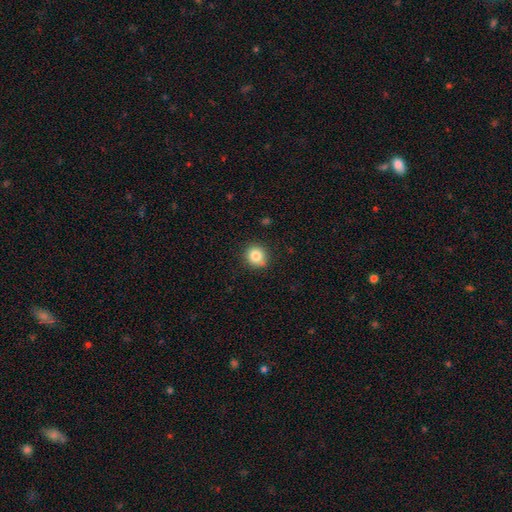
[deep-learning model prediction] smooth_or_featured: smooth (p=0.84) [alt: star or artifact p=0.10]
how_rounded: round (p=0.83) [alt: in between p=0.16]
merging: none (p=0.85) [alt: minor disturbance p=0.11]